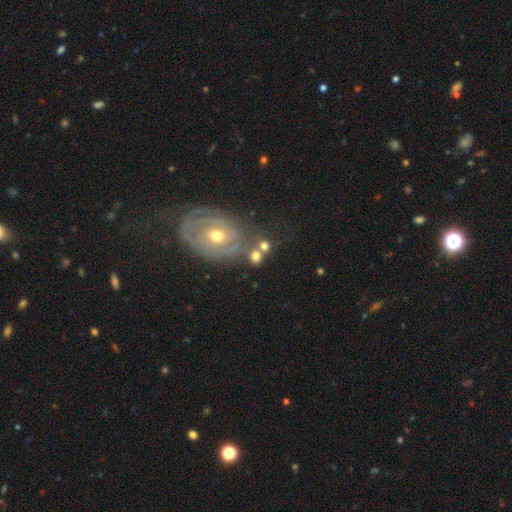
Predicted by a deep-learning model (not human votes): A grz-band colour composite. It shows a smooth galaxy with no disk features (60%) that is round (72%). Merging: none (55%).